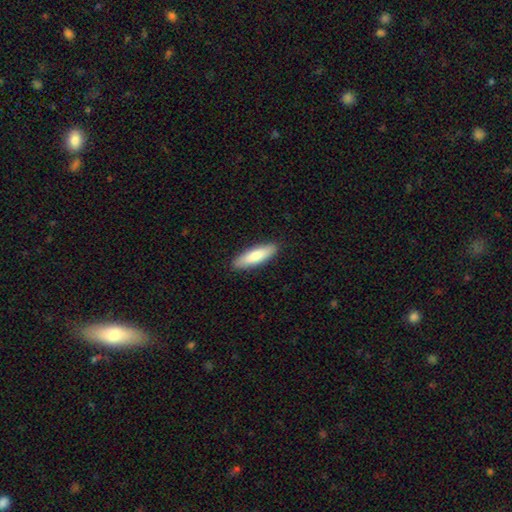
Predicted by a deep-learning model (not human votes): A smooth galaxy with no disk features (79%) that is cigar-shaped (56%).

Vote fractions:
- Smooth or featured? smooth: 79% / featured or disk: 16% / star or artifact: 5%
- How rounded? cigar-shaped: 56% / in between: 43% / round: 2%
- Merging? none: 89% / minor disturbance: 9% / major disturbance: 2% / merger: 1%